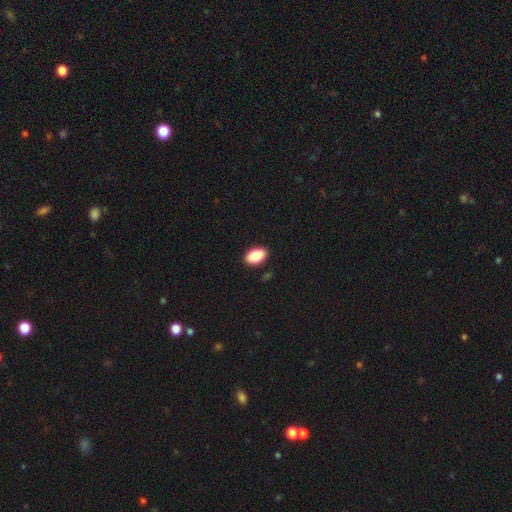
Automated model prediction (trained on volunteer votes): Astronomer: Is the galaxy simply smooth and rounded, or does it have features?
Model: smooth — 89%.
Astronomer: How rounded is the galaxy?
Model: in between — 93%.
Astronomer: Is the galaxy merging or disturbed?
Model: none — 89%.